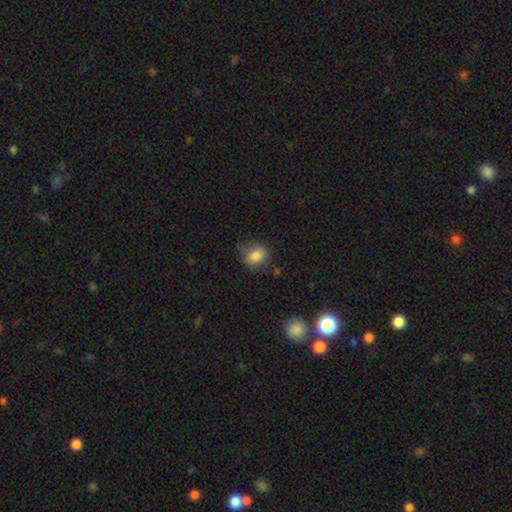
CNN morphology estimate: Overall: smooth (83%). How rounded: round (50%; in between 49%). Merging: none (63%; minor disturbance 26%).